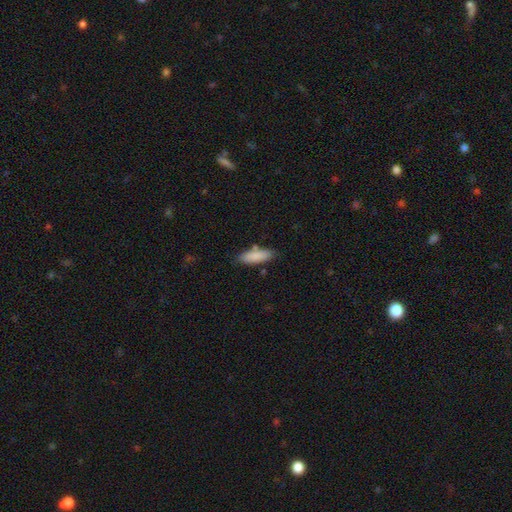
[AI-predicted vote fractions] smooth-or-featured: smooth: 86% | featured or disk: 8% | star or artifact: 6%
  how-rounded: in between: 53% | cigar-shaped: 45% | round: 2%
  merging: none: 79% | minor disturbance: 13% | merger: 5% | major disturbance: 3%